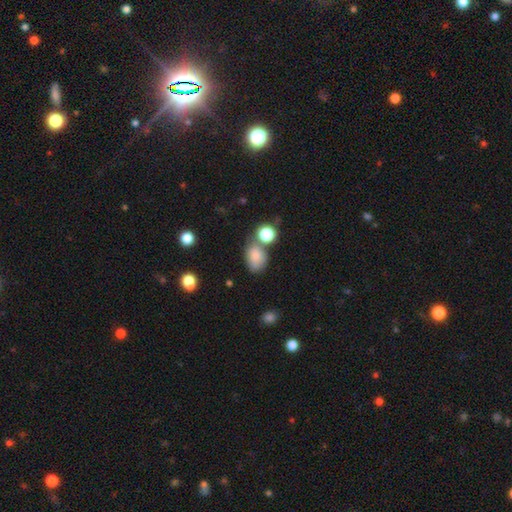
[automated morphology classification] A smooth galaxy with no disk features (77%) that is in between round and cigar-shaped (72%).

Vote fractions:
- Smooth or featured? smooth: 77% / featured or disk: 11% / star or artifact: 11%
- How rounded? in between: 72% / round: 27% / cigar-shaped: 1%
- Merging? none: 48% / merger: 23% / minor disturbance: 21% / major disturbance: 8%